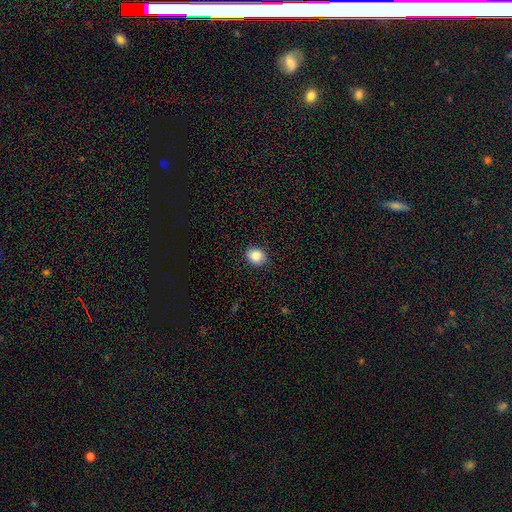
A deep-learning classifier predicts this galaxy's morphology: This appears to be a smooth galaxy with no disk features (87%) that is round (63%). Merging: none (88%).